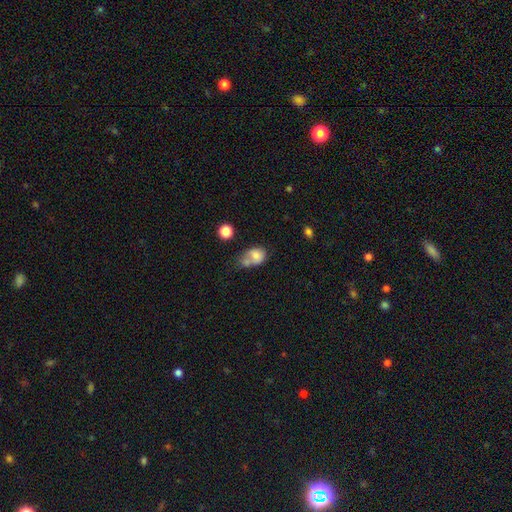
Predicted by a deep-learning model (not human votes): This appears to be a smooth galaxy with no disk features (72%) that is in between round and cigar-shaped (55%). Merging: merger (49%).